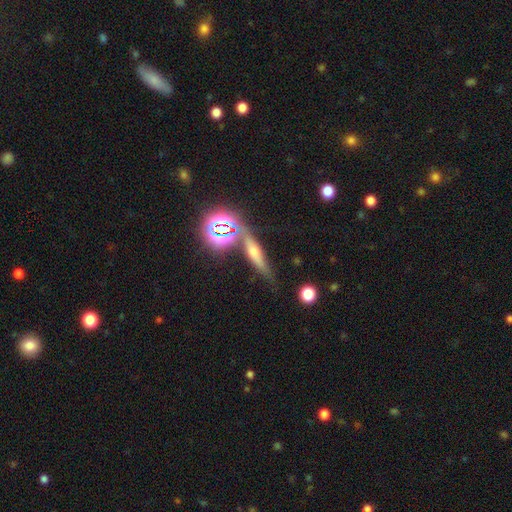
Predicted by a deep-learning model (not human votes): smooth-or-featured: featured or disk: 43% | smooth: 33% | star or artifact: 24%
  merging: none: 71% | minor disturbance: 14% | merger: 10% | major disturbance: 5%